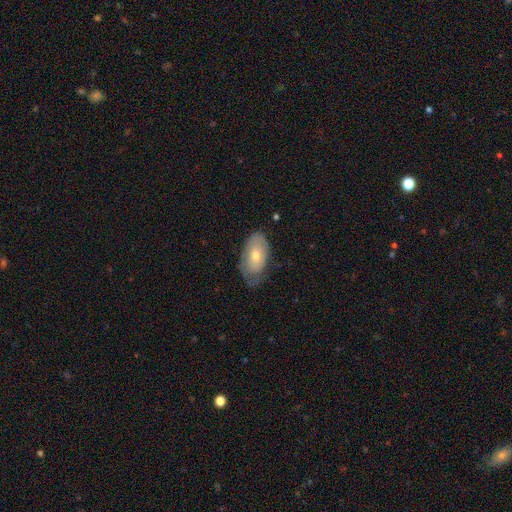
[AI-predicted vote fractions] A smooth galaxy with no disk features (55%) that is in between round and cigar-shaped (92%).

Vote fractions:
- Smooth or featured? smooth: 55% / featured or disk: 39% / star or artifact: 7%
- How rounded? in between: 92% / round: 5% / cigar-shaped: 3%
- Merging? none: 56% / minor disturbance: 32% / major disturbance: 11% / merger: 1%